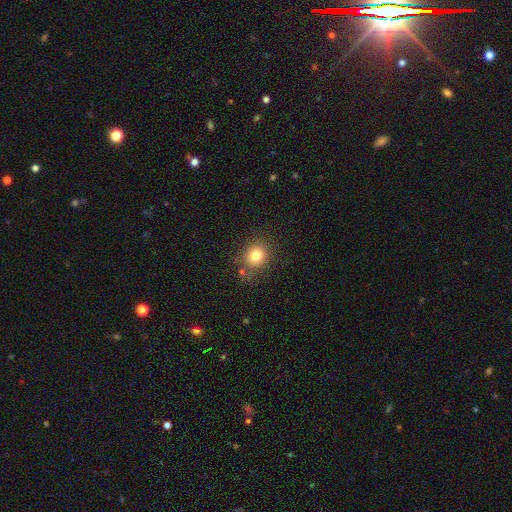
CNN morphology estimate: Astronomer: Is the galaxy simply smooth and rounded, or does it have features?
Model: smooth — 79%.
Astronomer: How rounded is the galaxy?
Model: round — 73%.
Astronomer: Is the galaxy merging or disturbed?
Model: none — 77%.